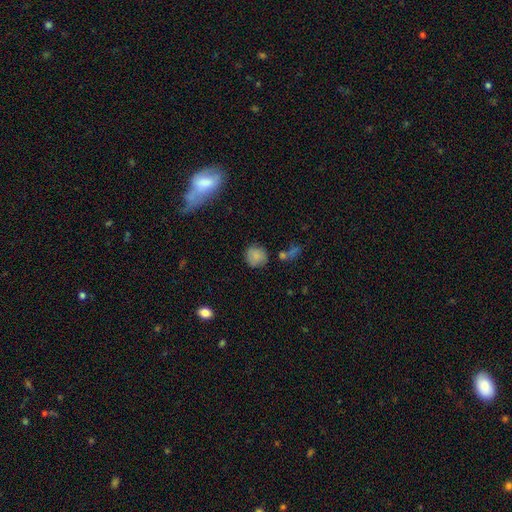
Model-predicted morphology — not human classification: A smooth galaxy with no disk features (82%) that is round (87%). Merging: none (73%).